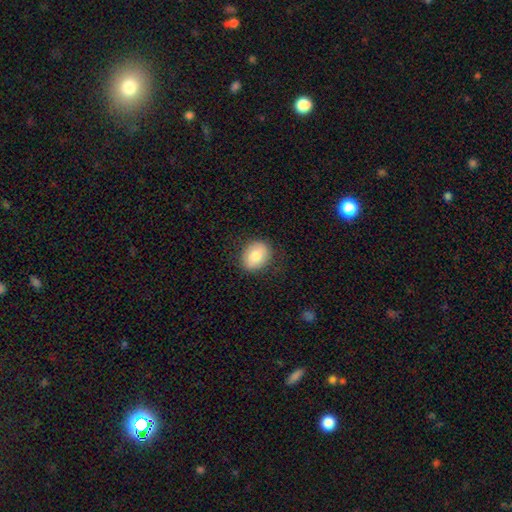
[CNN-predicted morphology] Smooth or featured? smooth (80%)
How rounded? round (50%)
Merging? none (83%)